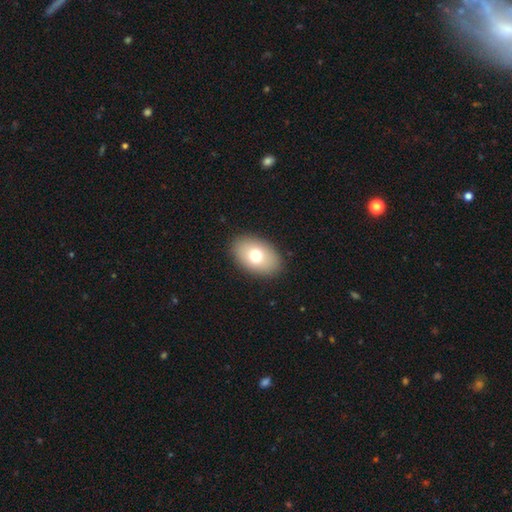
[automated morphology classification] smooth 72%, featured or disk 18%, star or artifact 9%. Down the decision tree: how rounded — in between (87%); merging — none (88%).